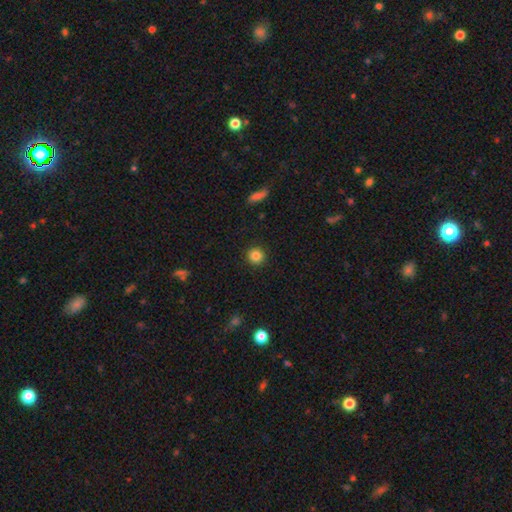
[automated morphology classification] Smooth or featured: smooth — 85% (star or artifact — 10%)
How rounded: round — 94% (in between — 5%)
Merging: none — 92% (minor disturbance — 5%)